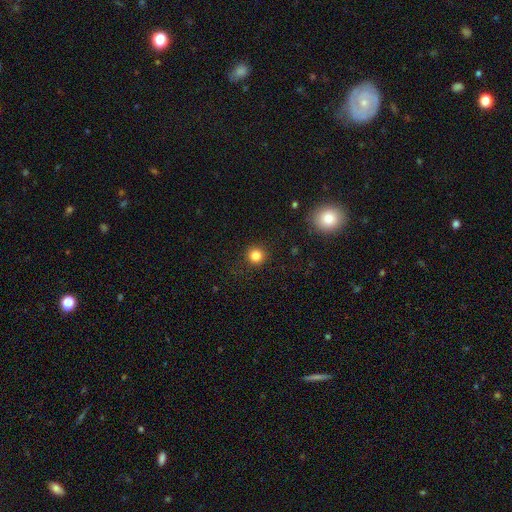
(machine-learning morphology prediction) Q: Smooth or featured?
A: smooth (83%); runner-up: star or artifact (13%)
Q: How rounded?
A: round (94%); runner-up: in between (5%)
Q: Merging?
A: none (91%); runner-up: minor disturbance (6%)